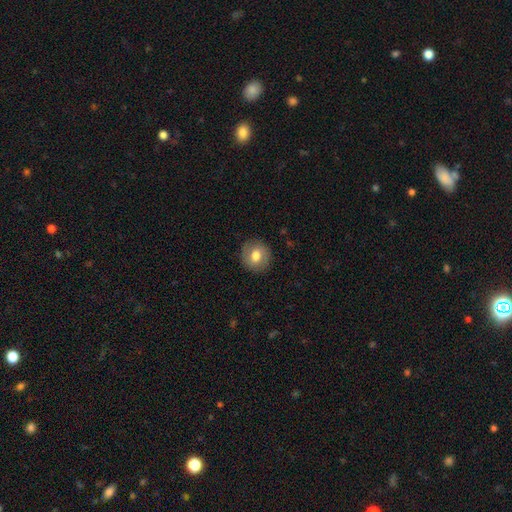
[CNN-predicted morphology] Smooth or featured?
  - smooth: 69% *
  - featured or disk: 23%
  - star or artifact: 8%
How rounded?
  - round: 86% *
  - in between: 13%
  - cigar-shaped: 1%
Merging?
  - none: 87% *
  - minor disturbance: 9%
  - major disturbance: 3%
  - merger: 1%